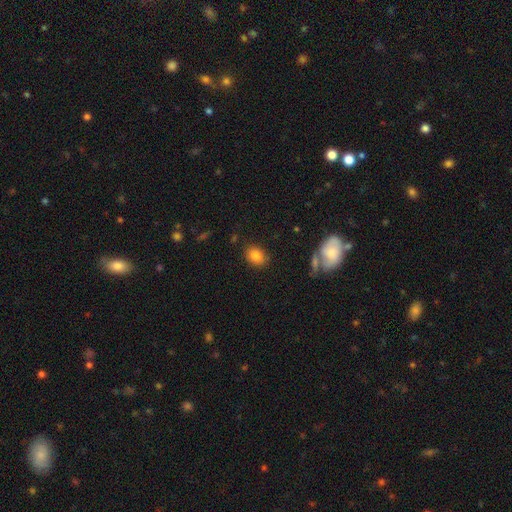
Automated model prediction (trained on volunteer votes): smooth-or-featured: smooth: 82% | star or artifact: 10% | featured or disk: 7%
  how-rounded: in between: 64% | round: 35% | cigar-shaped: 1%
  merging: none: 84% | minor disturbance: 10% | major disturbance: 3% | merger: 3%